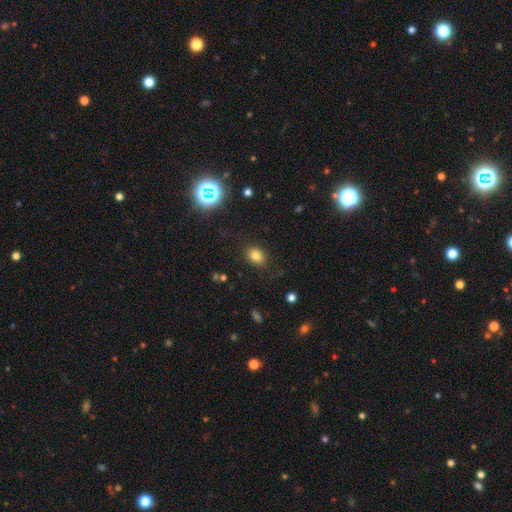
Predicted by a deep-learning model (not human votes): Smooth or featured: smooth — 79% (star or artifact — 14%)
How rounded: in between — 62% (round — 37%)
Merging: none — 84% (minor disturbance — 11%)